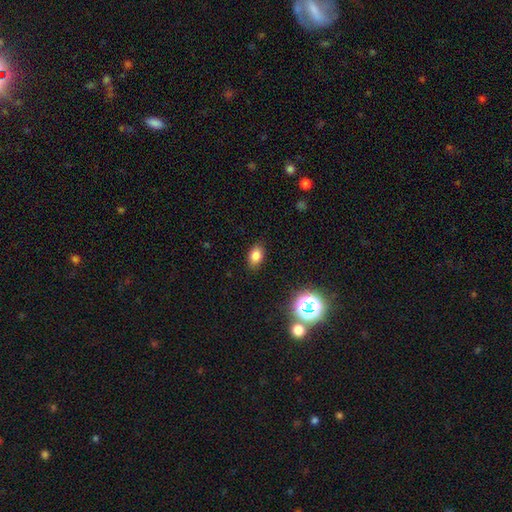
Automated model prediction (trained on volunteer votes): The model was most divided on "how rounded": in between: 83%, round: 15%, cigar-shaped: 2%. More confident: merging — none (86%); smooth or featured — smooth (81%).